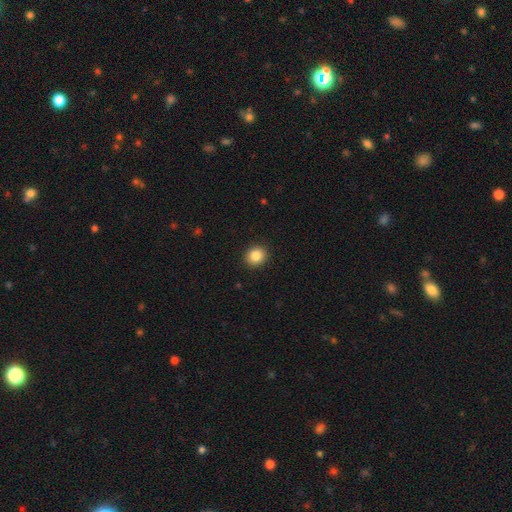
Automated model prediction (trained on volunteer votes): A smooth galaxy with no disk features (85%) that is round (79%).

Vote fractions:
- Smooth or featured? smooth: 85% / star or artifact: 10% / featured or disk: 5%
- How rounded? round: 79% / in between: 20% / cigar-shaped: 1%
- Merging? none: 92% / minor disturbance: 6% / major disturbance: 2% / merger: 1%